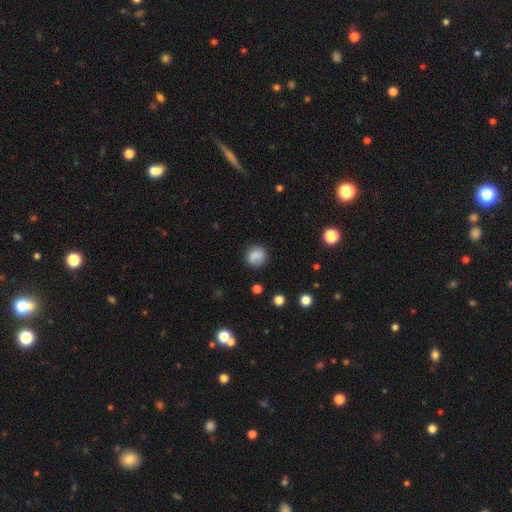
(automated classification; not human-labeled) Smooth or featured: smooth — 82% (star or artifact — 10%)
How rounded: round — 81% (in between — 18%)
Merging: none — 79% (minor disturbance — 14%)